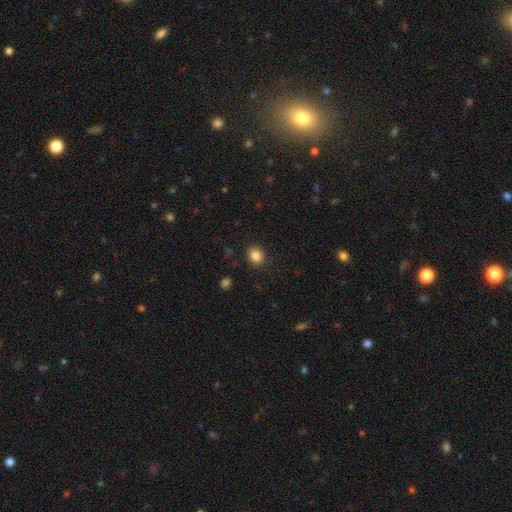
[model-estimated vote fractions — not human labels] A smooth galaxy with no disk features (85%) that is round (54%). Merging: none (89%).